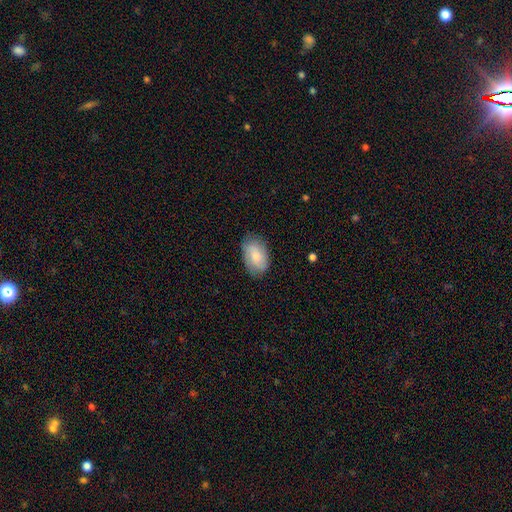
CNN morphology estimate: The model was most divided on "smooth or featured": smooth: 71%, featured or disk: 22%, star or artifact: 7%. More confident: how rounded — in between (91%); merging — none (77%).